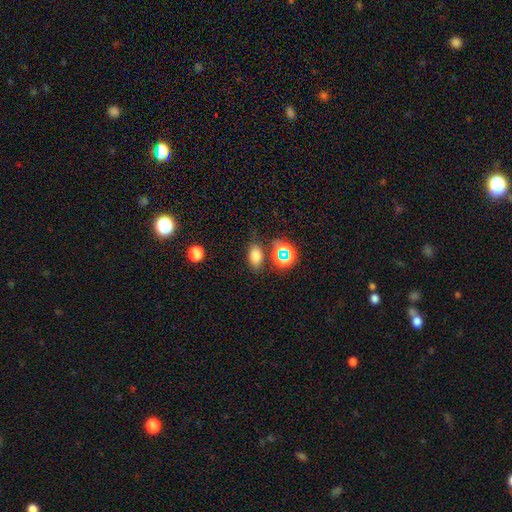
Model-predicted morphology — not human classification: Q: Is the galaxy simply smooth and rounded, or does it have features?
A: smooth — 74%.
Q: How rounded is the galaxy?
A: in between — 82%.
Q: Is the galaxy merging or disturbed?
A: none — 76%.